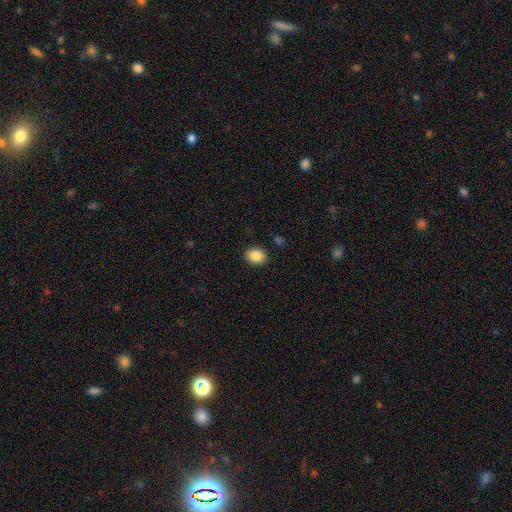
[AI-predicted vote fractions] Q: Smooth or featured?
A: smooth (88%); runner-up: star or artifact (8%)
Q: How rounded?
A: in between (57%); runner-up: round (42%)
Q: Merging?
A: none (88%); runner-up: minor disturbance (8%)